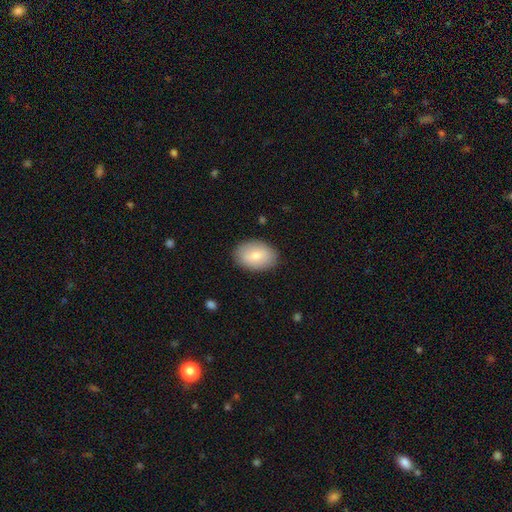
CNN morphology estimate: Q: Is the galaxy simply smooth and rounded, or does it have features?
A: smooth — 78%.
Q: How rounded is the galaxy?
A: in between — 86%.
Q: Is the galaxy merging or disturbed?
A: none — 87%.